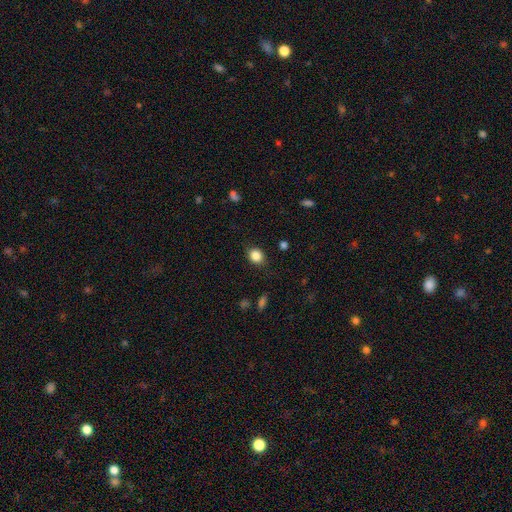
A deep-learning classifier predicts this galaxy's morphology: This is clearly a smooth galaxy (85%). How rounded: possibly round (59%). Merging: clearly none (85%).